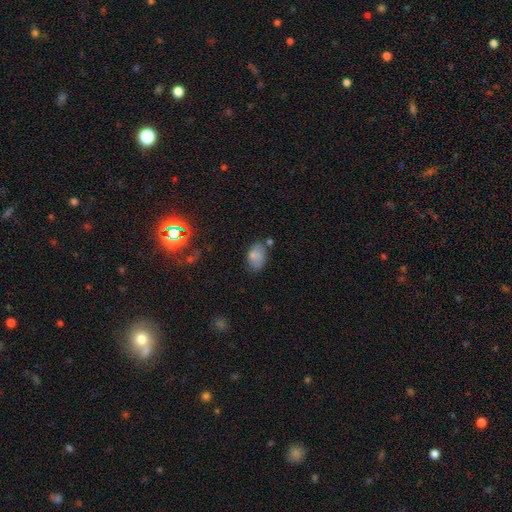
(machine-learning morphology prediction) Q: Smooth or featured?
A: smooth (77%); runner-up: featured or disk (12%)
Q: How rounded?
A: in between (89%); runner-up: round (10%)
Q: Merging?
A: none (58%); runner-up: minor disturbance (25%)